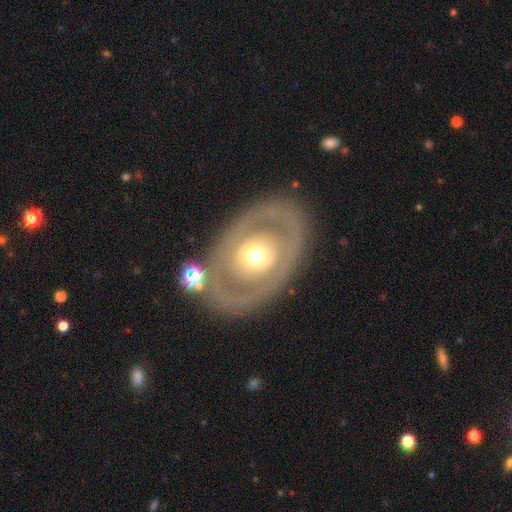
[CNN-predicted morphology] The model was most divided on "smooth or featured": featured or disk: 64%, smooth: 30%, star or artifact: 6%. More confident: edge-on disk — no (92%); bar — no (86%); spiral arms — no (84%); merging — none (79%); bulge size — moderate (68%).